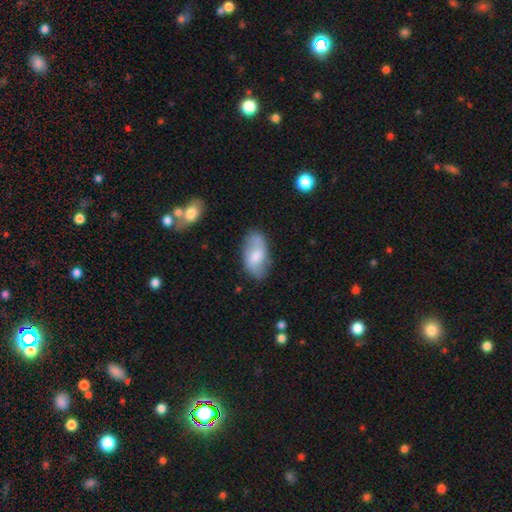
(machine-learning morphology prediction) Q: Smooth or featured?
A: smooth (58%); runner-up: featured or disk (36%)
Q: How rounded?
A: in between (93%); runner-up: round (4%)
Q: Merging?
A: none (71%); runner-up: minor disturbance (20%)